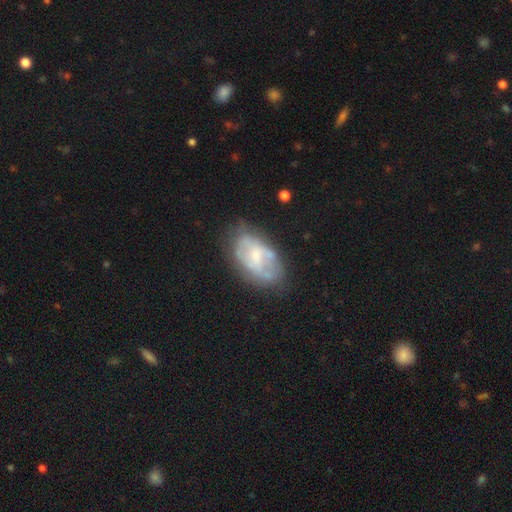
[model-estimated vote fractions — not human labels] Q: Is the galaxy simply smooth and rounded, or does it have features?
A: featured or disk — 57%.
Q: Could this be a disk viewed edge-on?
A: no — 95%.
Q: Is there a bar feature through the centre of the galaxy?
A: no — 54%.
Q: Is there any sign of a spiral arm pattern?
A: no — 56%.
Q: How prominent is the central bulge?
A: small — 40%.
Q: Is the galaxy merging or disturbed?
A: none — 57%.